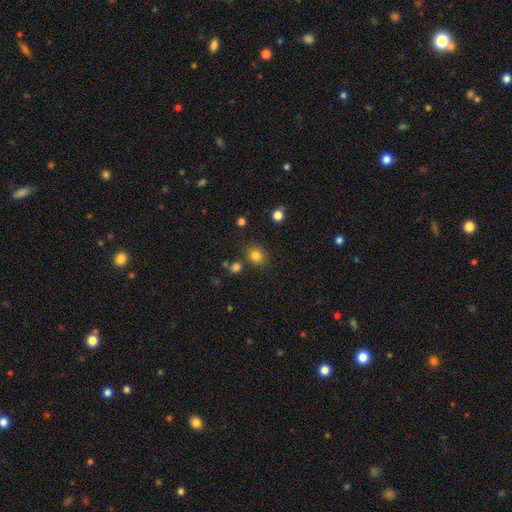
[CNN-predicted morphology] type=smooth (82%); roundness=round (59%); merging=none (78%).